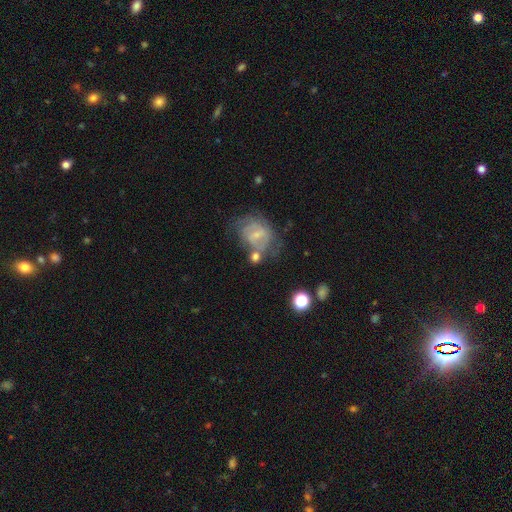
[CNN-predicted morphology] type=featured or disk (58%); edge-on=no (96%); bar=weak (48%); spiral arms=yes (70%); bulge=small (67%); merging=none (45%).